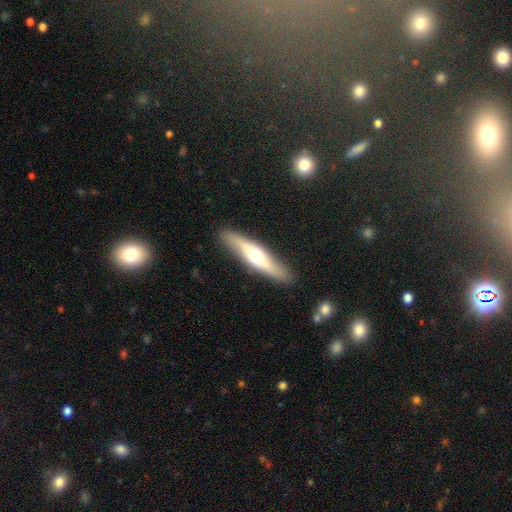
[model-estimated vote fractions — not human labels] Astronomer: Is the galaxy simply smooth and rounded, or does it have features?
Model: featured or disk — 50% (runner-up: smooth, 44%).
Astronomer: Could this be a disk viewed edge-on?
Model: yes — 79%.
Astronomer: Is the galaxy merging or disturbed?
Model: none — 88%.